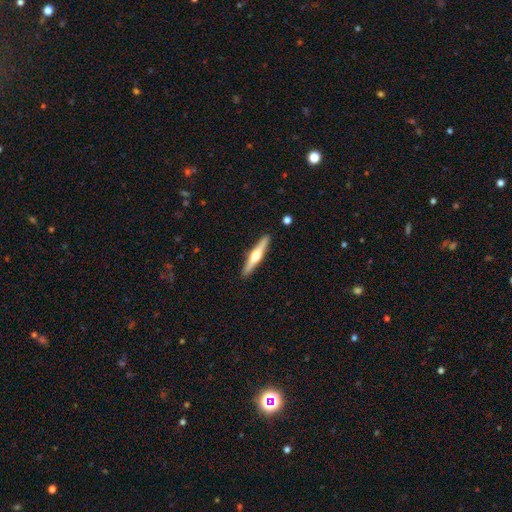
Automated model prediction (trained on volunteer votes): Smooth or featured?
  - featured or disk: 65% *
  - smooth: 30%
  - star or artifact: 5%
Edge-on disk?
  - yes: 97% *
  - no: 3%
Edge-on bulge?
  - rounded: 93% *
  - none: 3%
  - boxy: 3%
Merging?
  - none: 91% *
  - minor disturbance: 7%
  - merger: 1%
  - major disturbance: 1%